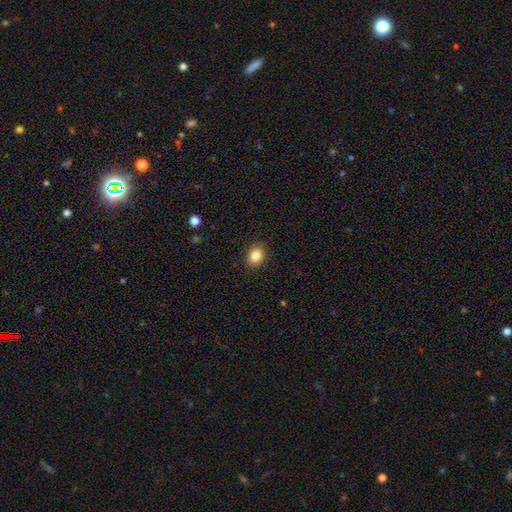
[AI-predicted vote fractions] Smooth or featured?
  - smooth: 85% *
  - star or artifact: 10%
  - featured or disk: 6%
How rounded?
  - in between: 50% *
  - round: 49%
  - cigar-shaped: 1%
Merging?
  - none: 90% *
  - minor disturbance: 7%
  - major disturbance: 2%
  - merger: 1%